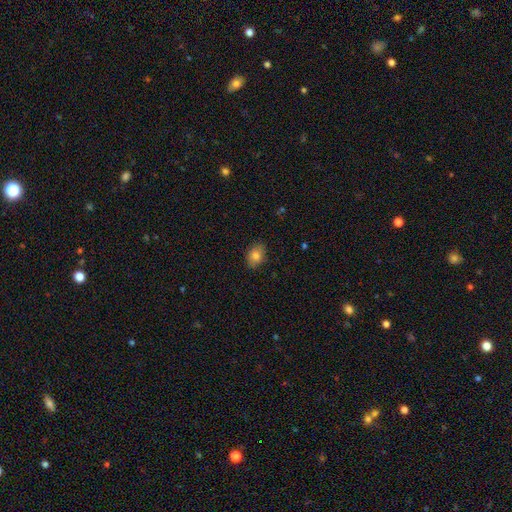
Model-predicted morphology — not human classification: type=smooth (81%); roundness=in between (63%); merging=none (84%).